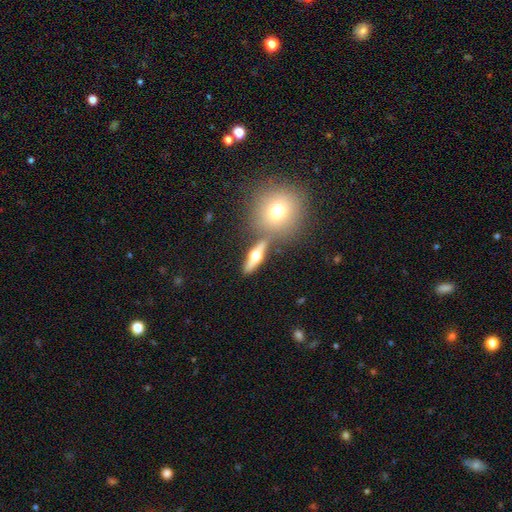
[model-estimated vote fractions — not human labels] Smooth or featured: featured or disk — 55% (smooth — 37%)
Edge-on disk: yes — 87% (no — 13%)
Merging: none — 76% (merger — 12%)